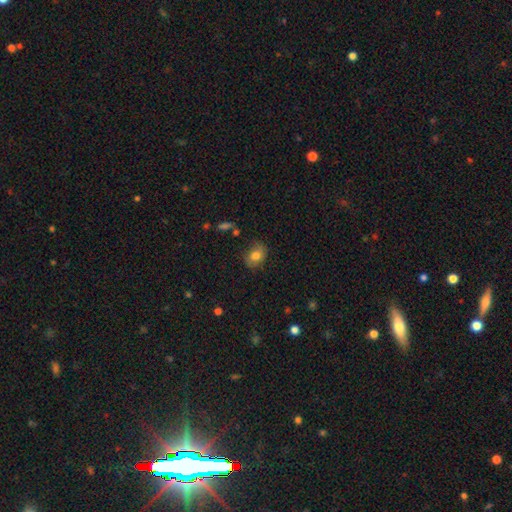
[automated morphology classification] Overall: smooth (78%). How rounded: in between (58%; round 41%). Merging: none (75%).